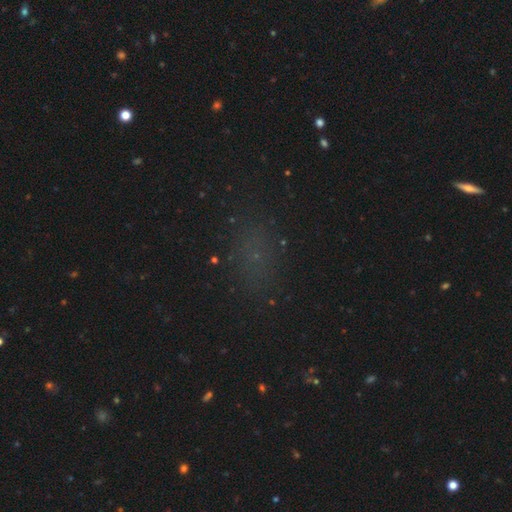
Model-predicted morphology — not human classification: Smooth or featured? Predicted: smooth (p=0.46). Merging? Predicted: none (p=0.78).